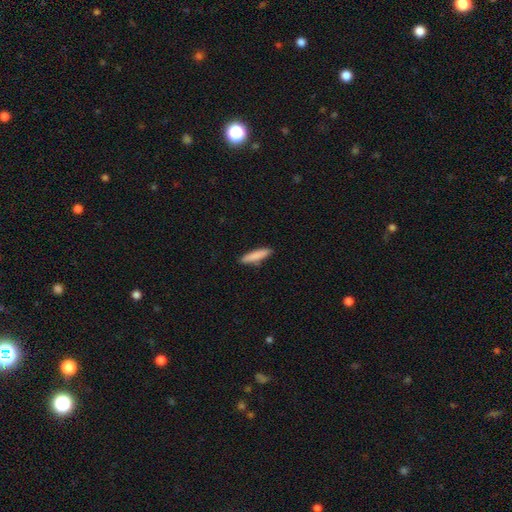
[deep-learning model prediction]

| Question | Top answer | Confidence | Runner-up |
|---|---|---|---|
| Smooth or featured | smooth | 85% | featured or disk (9%) |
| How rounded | cigar-shaped | 83% | in between (16%) |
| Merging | none | 88% | minor disturbance (8%) |